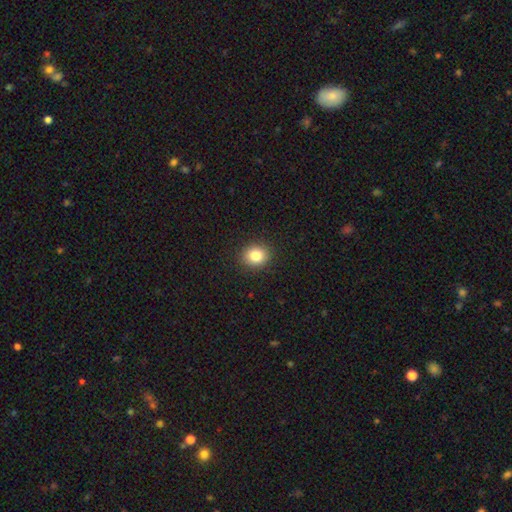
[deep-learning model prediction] A smooth galaxy with no disk features (84%) that is round (67%). Merging: none (90%).